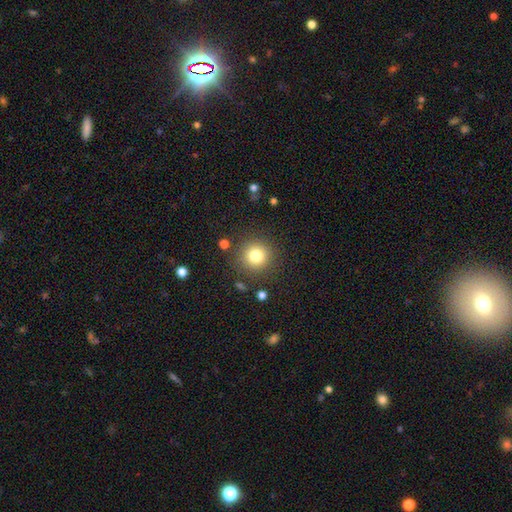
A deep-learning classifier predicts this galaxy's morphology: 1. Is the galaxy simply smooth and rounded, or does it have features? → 80% smooth, 12% star or artifact, 8% featured or disk.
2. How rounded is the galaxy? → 94% round, 5% in between, 1% cigar-shaped.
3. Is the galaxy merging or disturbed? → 86% none, 8% minor disturbance, 3% major disturbance, 3% merger.